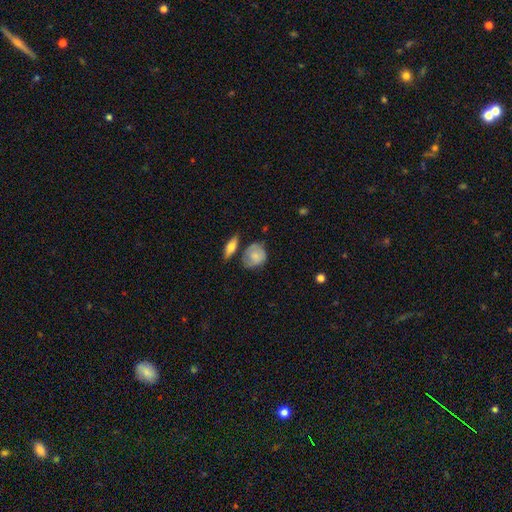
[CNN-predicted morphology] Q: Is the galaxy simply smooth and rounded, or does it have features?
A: smooth — 72%.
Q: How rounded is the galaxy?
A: round — 61%.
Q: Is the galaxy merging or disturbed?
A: none — 52%.